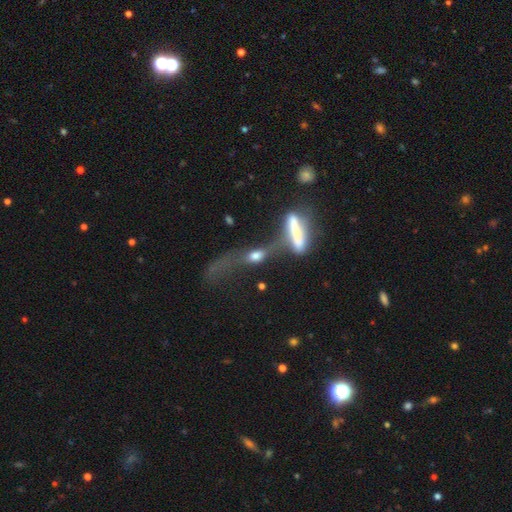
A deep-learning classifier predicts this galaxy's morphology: smooth-or-featured: smooth: 51% | featured or disk: 37% | star or artifact: 12%
  how-rounded: in between: 48% | cigar-shaped: 42% | round: 10%
  merging: merger: 55% | major disturbance: 23% | none: 14% | minor disturbance: 8%